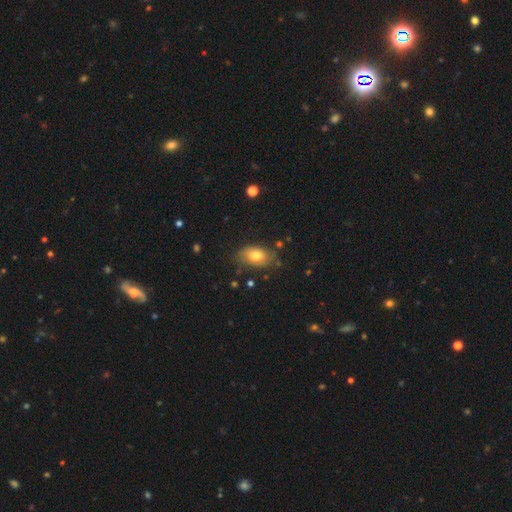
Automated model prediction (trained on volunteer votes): A smooth galaxy with no disk features (75%) that is in between round and cigar-shaped (88%). Merging: none (72%).